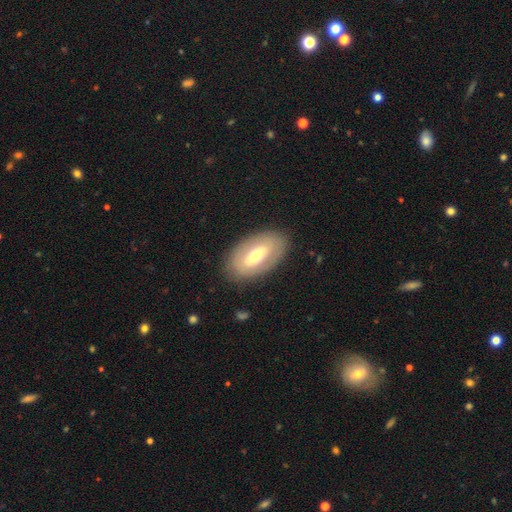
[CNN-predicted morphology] smooth_or_featured: featured or disk (p=0.51) [alt: smooth p=0.43]
disk_edge_on: no (p=0.86) [alt: yes p=0.14]
merging: none (p=0.84) [alt: minor disturbance p=0.10]